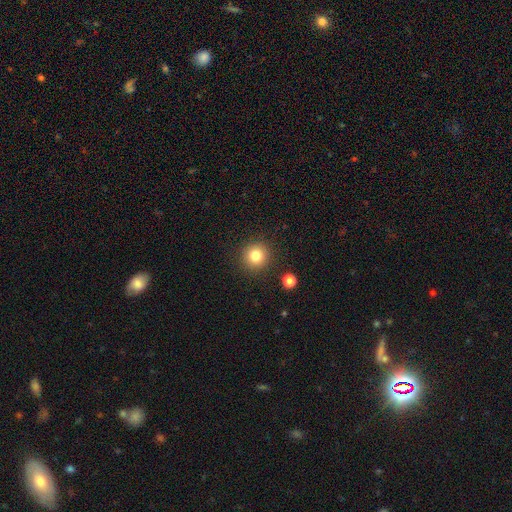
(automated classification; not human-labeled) A smooth galaxy with no disk features (82%) that is round (93%). Merging: none (89%).